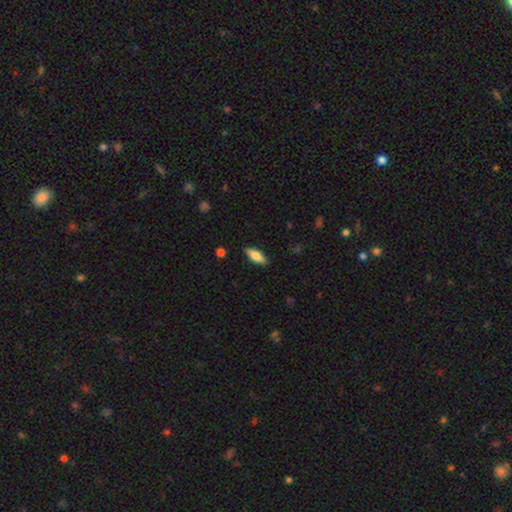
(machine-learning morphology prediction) Overall: smooth (69%). How rounded: in between (72%). Merging: none (87%).